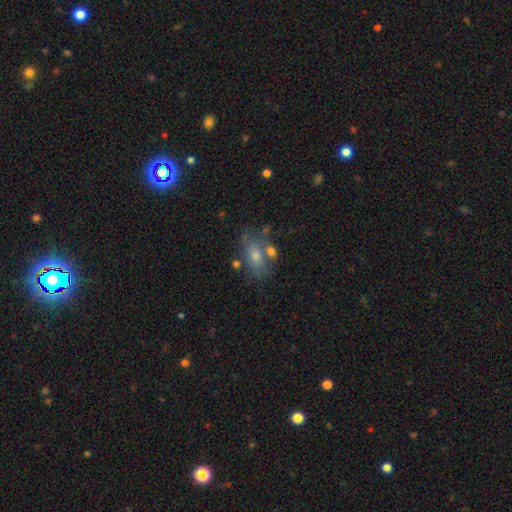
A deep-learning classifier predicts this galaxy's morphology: smooth 56%, featured or disk 29%, star or artifact 15%. Down the decision tree: how rounded — in between (79%); merging — none (53%).